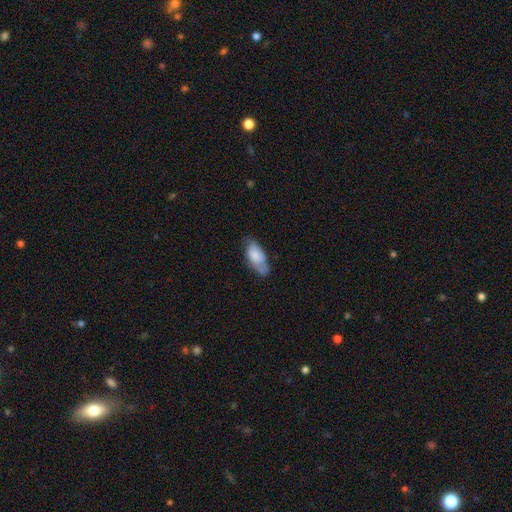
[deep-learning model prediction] This is likely a smooth galaxy (75%). How rounded: clearly in between (88%). Merging: possibly none (56%).